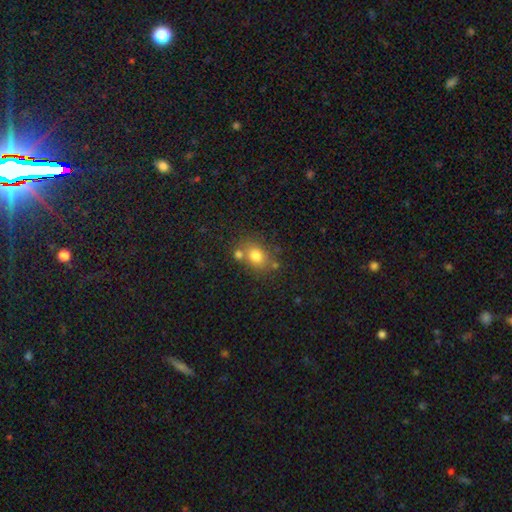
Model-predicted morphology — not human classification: Smooth or featured? smooth (76%)
How rounded? in between (51%)
Merging? none (59%)